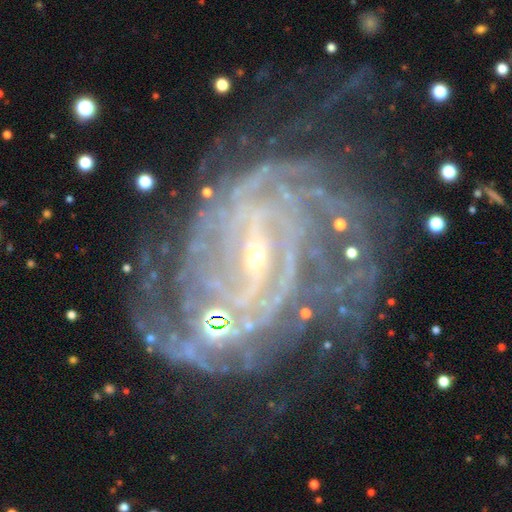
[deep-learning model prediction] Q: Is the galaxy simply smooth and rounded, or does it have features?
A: featured or disk — 89%.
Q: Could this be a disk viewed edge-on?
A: no — 97%.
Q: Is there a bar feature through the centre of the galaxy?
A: strong — 53%.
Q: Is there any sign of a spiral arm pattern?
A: yes — 97%.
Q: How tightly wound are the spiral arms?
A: tight — 65%.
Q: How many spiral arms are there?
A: can't tell — 27%.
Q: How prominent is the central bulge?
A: small — 76%.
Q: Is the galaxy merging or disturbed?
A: none — 54%.